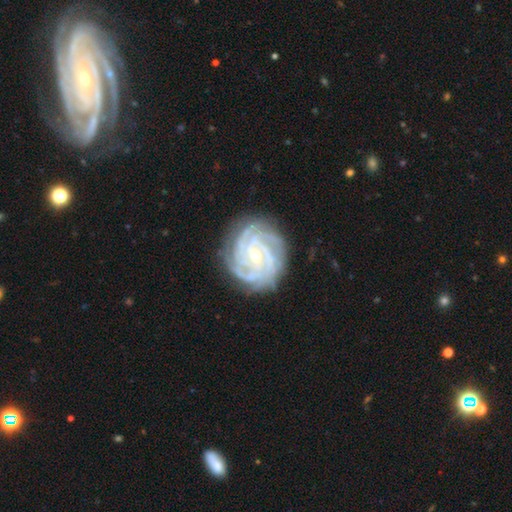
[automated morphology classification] A featured or disk galaxy (91%) with no bar (50%), 4 (34%) tight (81%) spiral arms (99%) and a small central bulge (56%). Merging: none (82%).